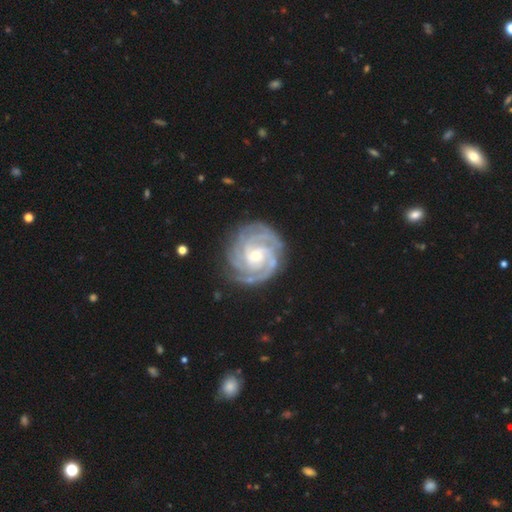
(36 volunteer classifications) This is clearly a featured or disk galaxy (89%). It is clearly not viewed edge-on (91%). Bar: possibly no (55%). Spiral arm pattern: clearly yes (100%). Spiral arm count: marginally 3 (31%). Spiral winding: likely tight (79%). Central bulge: likely small (66%). Merging: likely none (76%).